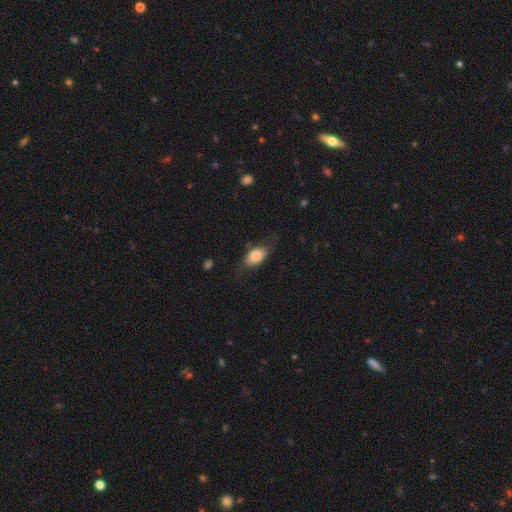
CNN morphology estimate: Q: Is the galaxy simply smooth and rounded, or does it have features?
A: smooth — 77%.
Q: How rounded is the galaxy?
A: in between — 88%.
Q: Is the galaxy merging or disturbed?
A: none — 63%.